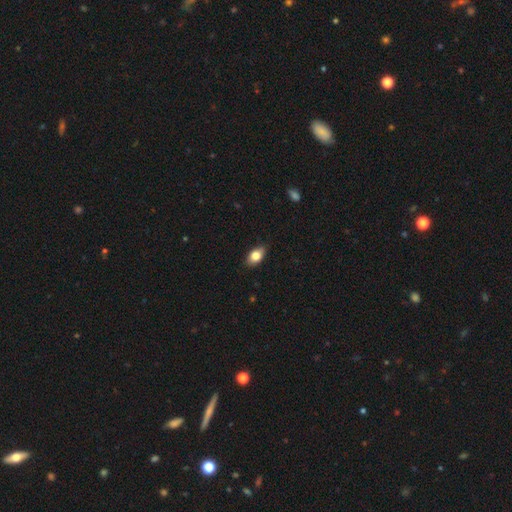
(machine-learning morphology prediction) A smooth galaxy with no disk features (79%) that is in between round and cigar-shaped (85%). Merging: none (82%).